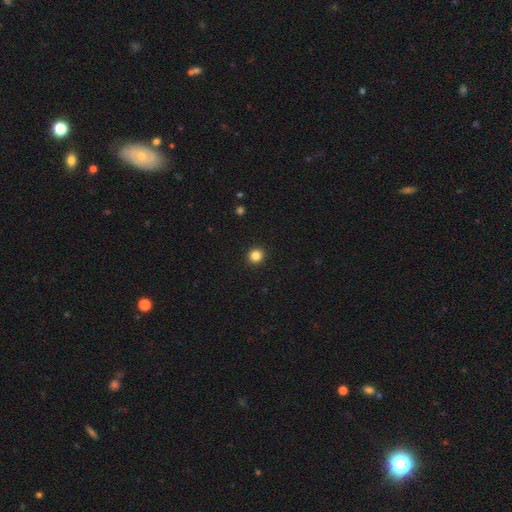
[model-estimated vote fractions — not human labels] This appears to be a smooth galaxy with no disk features (83%) that is round (93%). Merging: none (94%).